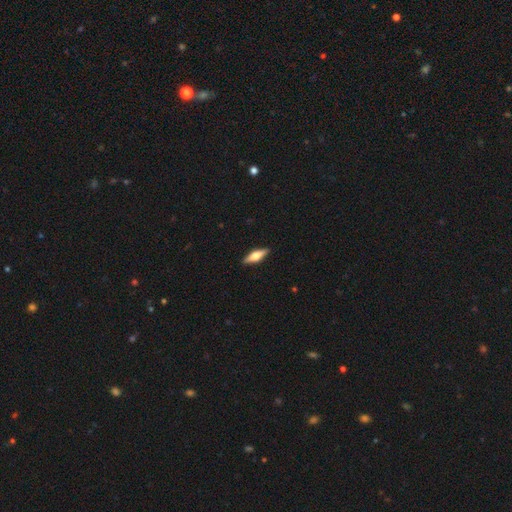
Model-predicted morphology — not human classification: Smooth or featured?
  - featured or disk: 50% *
  - smooth: 44%
  - star or artifact: 6%
Merging?
  - none: 90% *
  - minor disturbance: 7%
  - major disturbance: 2%
  - merger: 1%